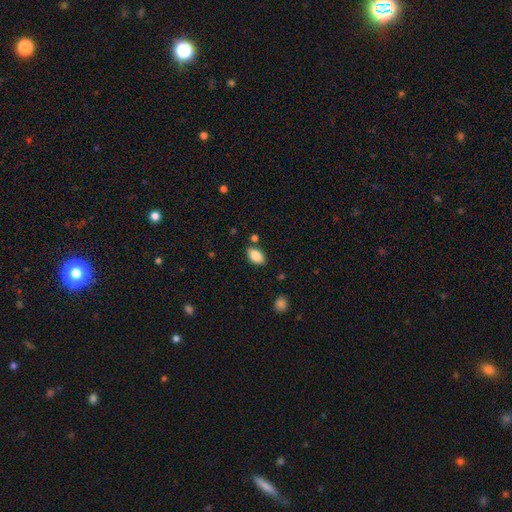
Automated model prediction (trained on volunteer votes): smooth 85%, star or artifact 8%, featured or disk 8%. Down the decision tree: how rounded — in between (92%); merging — none (81%).